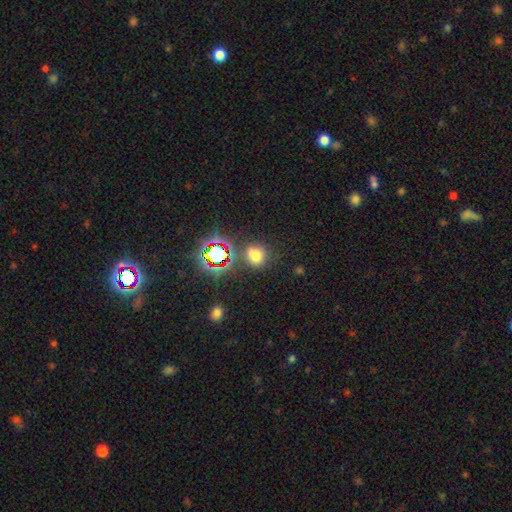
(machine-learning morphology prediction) Overall: smooth (63%; star or artifact 29%). How rounded: round (66%; in between 33%). Merging: none (74%).